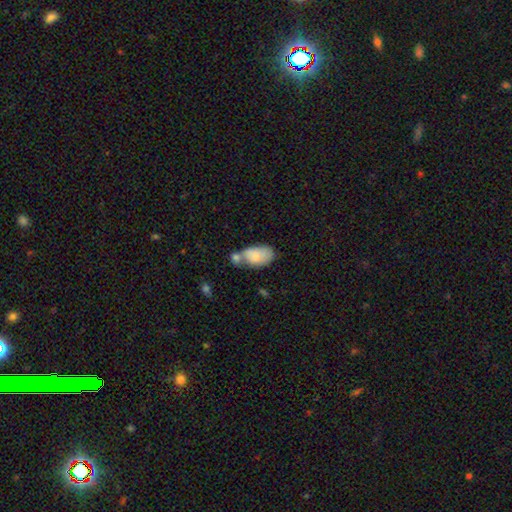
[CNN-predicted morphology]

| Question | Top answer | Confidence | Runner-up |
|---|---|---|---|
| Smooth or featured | smooth | 78% | featured or disk (15%) |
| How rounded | in between | 92% | round (6%) |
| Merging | merger | 42% | none (32%) |